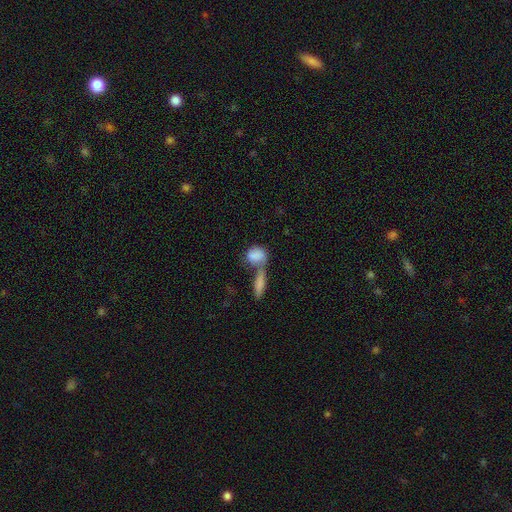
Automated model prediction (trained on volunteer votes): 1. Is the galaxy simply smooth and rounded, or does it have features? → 81% smooth, 12% featured or disk, 7% star or artifact.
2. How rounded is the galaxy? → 62% in between, 32% round, 7% cigar-shaped.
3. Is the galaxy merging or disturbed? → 58% merger, 26% none, 9% minor disturbance, 7% major disturbance.